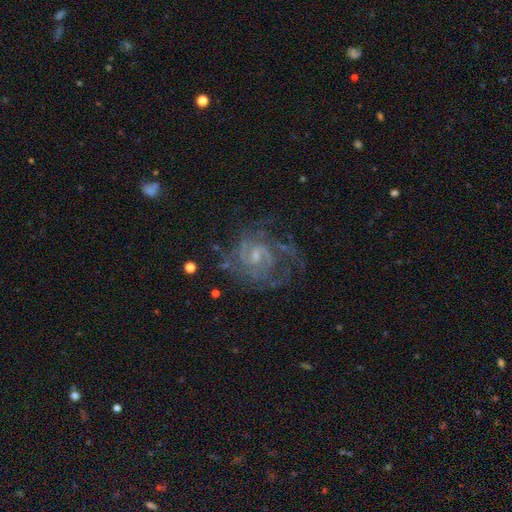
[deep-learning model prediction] This is clearly a featured or disk galaxy (86%). It is clearly not viewed edge-on (98%). Bar: possibly weak (56%). Spiral arm pattern: clearly yes (94%). Spiral arm count: possibly 2 (47%). Spiral winding: possibly tight (45%). Central bulge: likely small (68%). Merging: possibly none (59%).